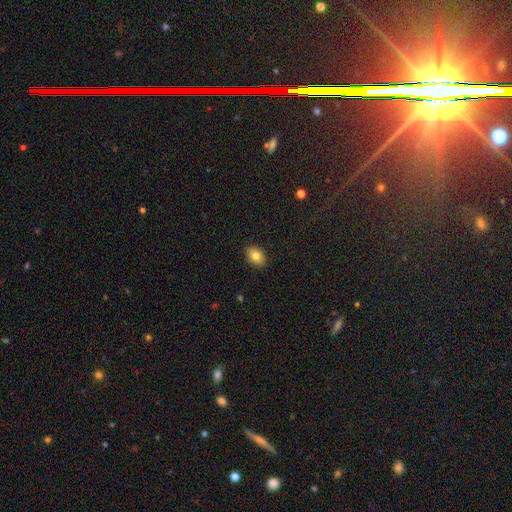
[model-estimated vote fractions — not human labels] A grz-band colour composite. It shows a smooth galaxy with no disk features (79%) that is in between round and cigar-shaped (74%). Merging: none (88%).